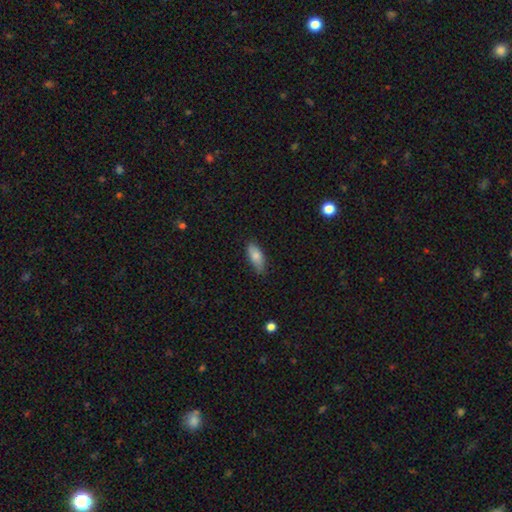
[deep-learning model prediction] smooth 82%, featured or disk 11%, star or artifact 7%. Down the decision tree: how rounded — in between (78%); merging — none (76%).